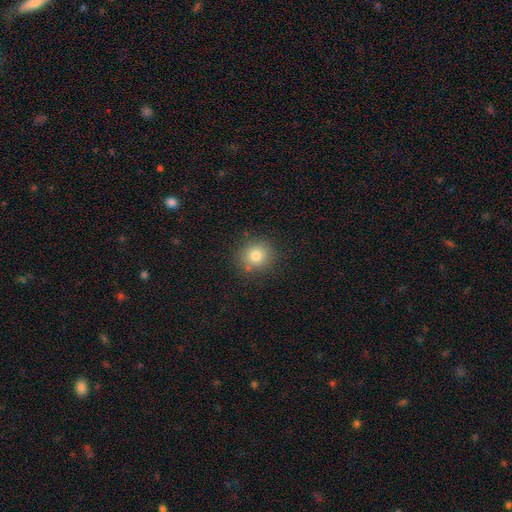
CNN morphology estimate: Smooth or featured?
  - smooth: 78% *
  - star or artifact: 13%
  - featured or disk: 9%
How rounded?
  - round: 85% *
  - in between: 14%
  - cigar-shaped: 1%
Merging?
  - none: 84% *
  - minor disturbance: 10%
  - major disturbance: 3%
  - merger: 3%